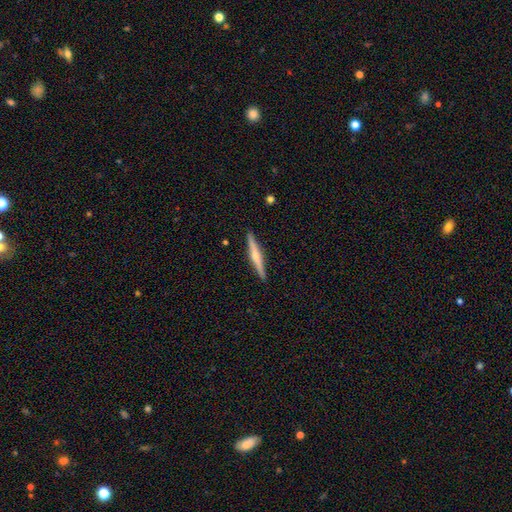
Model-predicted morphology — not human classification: Smooth or featured? Predicted: featured or disk (p=0.68). Edge-on disk? Predicted: yes (p=0.98). Edge-on bulge? Predicted: rounded (p=0.82). Merging? Predicted: none (p=0.92).